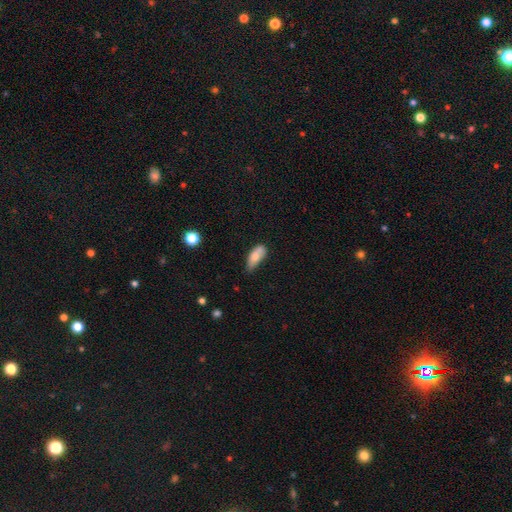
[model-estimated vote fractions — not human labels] Overall: smooth (76%). How rounded: in between (81%). Merging: minor disturbance (41%; none 40%).